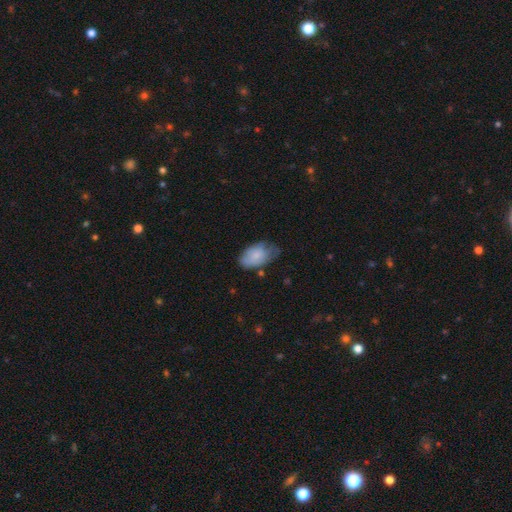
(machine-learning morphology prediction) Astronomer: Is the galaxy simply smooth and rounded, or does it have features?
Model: smooth — 75%.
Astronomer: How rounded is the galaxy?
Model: in between — 91%.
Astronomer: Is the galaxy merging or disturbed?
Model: none — 43% (runner-up: minor disturbance, 40%).